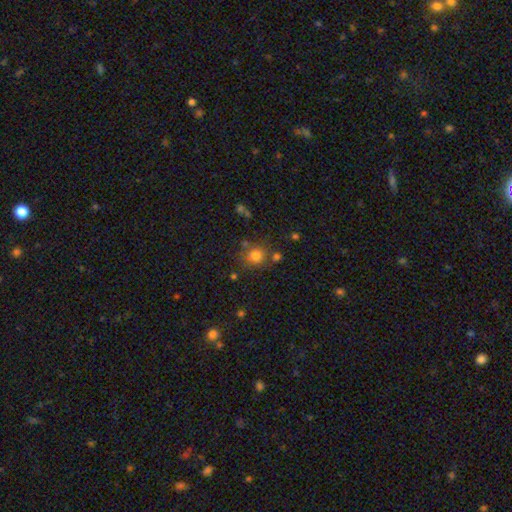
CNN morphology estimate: Smooth or featured: smooth — 78% (star or artifact — 14%)
How rounded: round — 85% (in between — 14%)
Merging: none — 73% (minor disturbance — 12%)